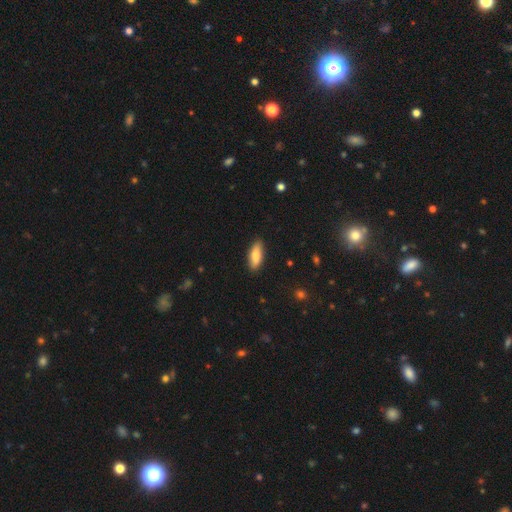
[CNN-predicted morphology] A smooth galaxy with no disk features (83%) that is in between round and cigar-shaped (73%). Merging: none (87%).